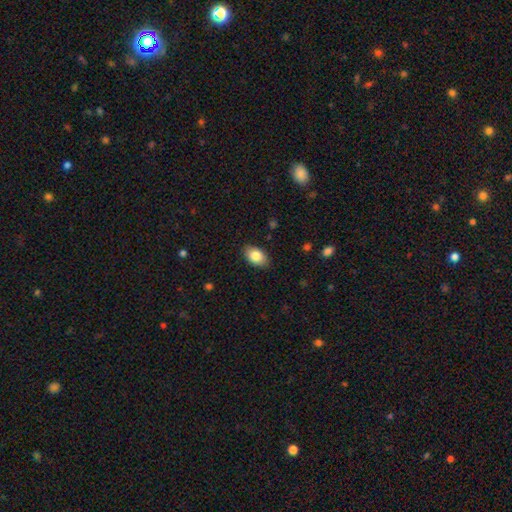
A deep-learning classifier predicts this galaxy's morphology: A smooth galaxy with no disk features (84%) that is in between round and cigar-shaped (90%). Merging: none (87%).